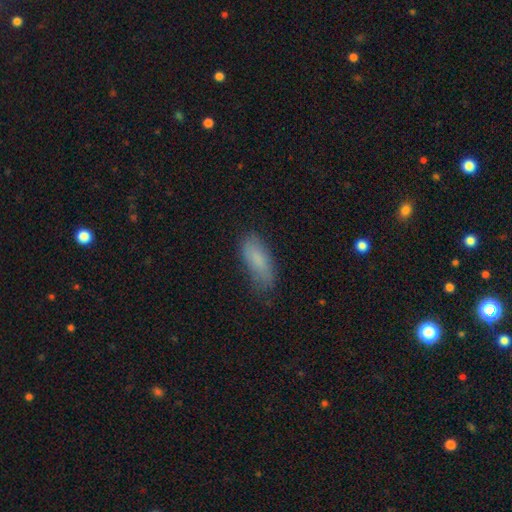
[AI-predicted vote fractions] The model was most divided on "merging": none: 65%, minor disturbance: 26%, major disturbance: 7%, merger: 2%. More confident: smooth or featured — smooth (80%); how rounded — in between (70%).